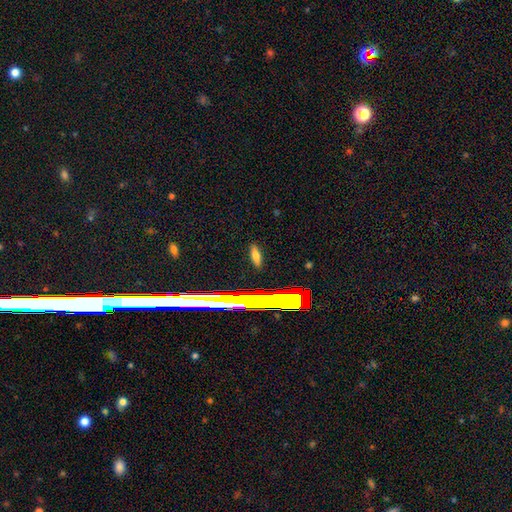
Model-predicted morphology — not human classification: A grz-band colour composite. It shows a smooth galaxy with no disk features (69%) that is in between round and cigar-shaped (60%). Merging: none (87%).